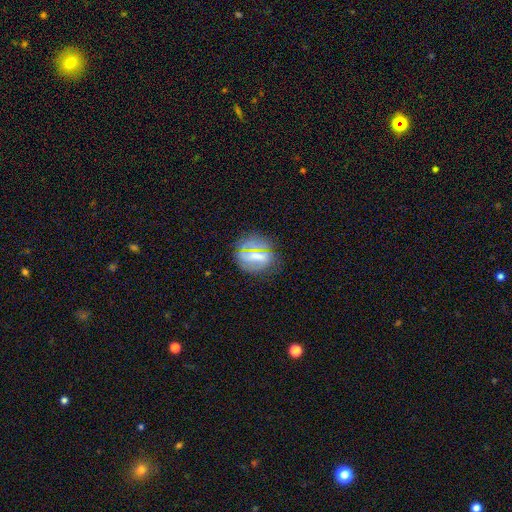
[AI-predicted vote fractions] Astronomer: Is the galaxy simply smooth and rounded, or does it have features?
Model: smooth — 69%.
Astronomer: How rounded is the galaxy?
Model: round — 72%.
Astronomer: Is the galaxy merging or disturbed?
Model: none — 79%.